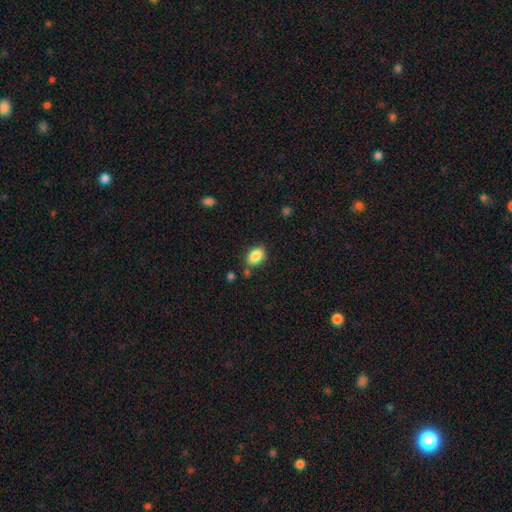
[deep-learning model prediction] Smooth or featured? smooth (86%)
How rounded? in between (81%)
Merging? none (76%)